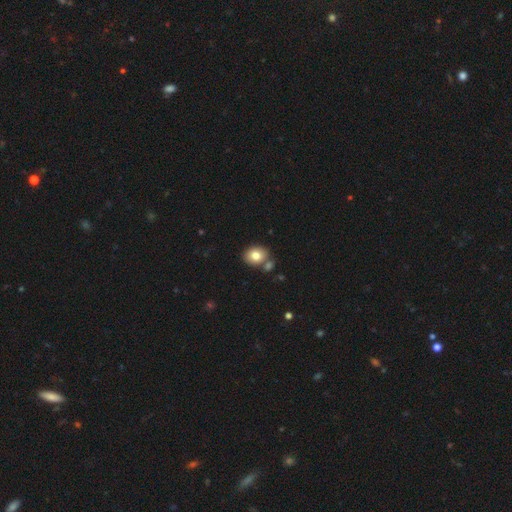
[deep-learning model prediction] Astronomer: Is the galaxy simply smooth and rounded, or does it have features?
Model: smooth — 80%.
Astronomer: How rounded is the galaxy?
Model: round — 57% (runner-up: in between, 42%).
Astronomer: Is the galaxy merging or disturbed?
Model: none — 67%.